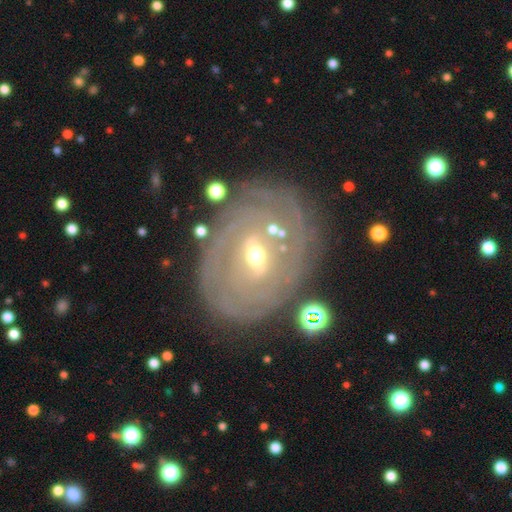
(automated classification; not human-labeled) Smooth or featured? featured or disk (83%)
Edge-on disk? no (95%)
Bar? weak (50%)
Spiral arms? yes (83%)
Spiral winding? tight (79%)
Spiral arm count? can't tell (48%)
Bulge size? moderate (52%)
Merging? none (76%)